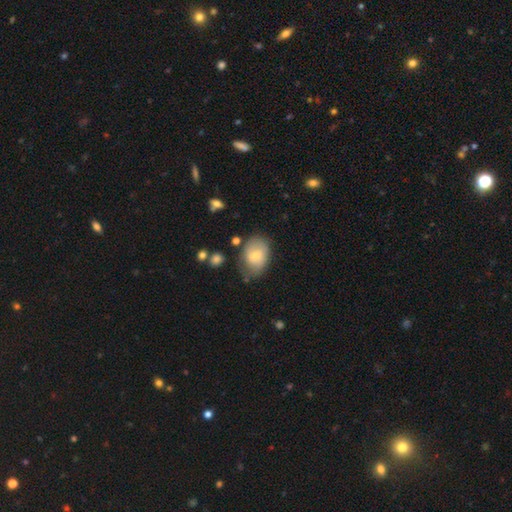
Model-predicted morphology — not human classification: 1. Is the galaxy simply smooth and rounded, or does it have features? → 69% smooth, 24% featured or disk, 7% star or artifact.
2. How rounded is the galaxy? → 79% in between, 20% round, 1% cigar-shaped.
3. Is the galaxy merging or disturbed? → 60% none, 28% minor disturbance, 9% major disturbance, 4% merger.